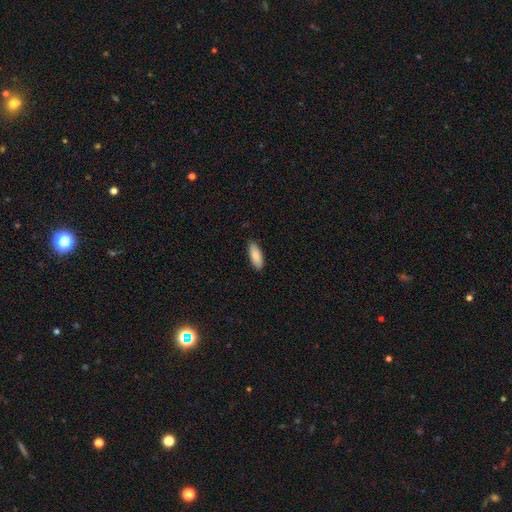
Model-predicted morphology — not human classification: smooth-or-featured: smooth: 88% | featured or disk: 6% | star or artifact: 6%
  how-rounded: in between: 76% | cigar-shaped: 23% | round: 2%
  merging: none: 88% | minor disturbance: 9% | major disturbance: 2% | merger: 1%